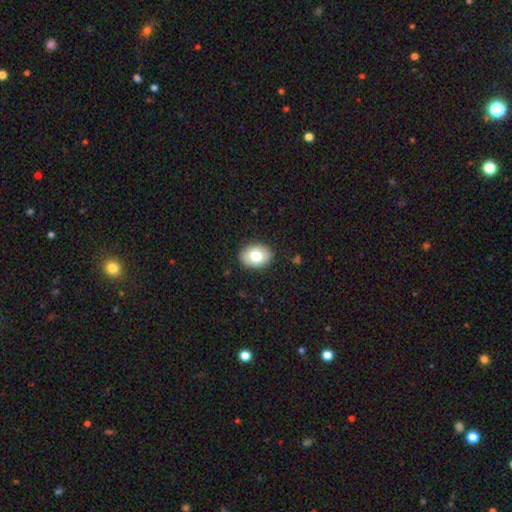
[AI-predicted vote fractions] Smooth or featured? smooth (78%)
How rounded? in between (67%)
Merging? none (88%)